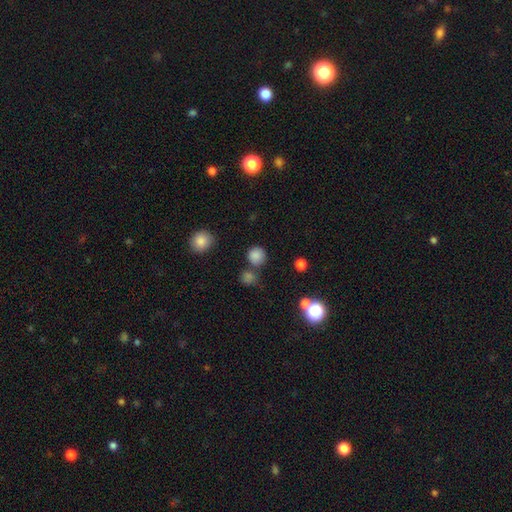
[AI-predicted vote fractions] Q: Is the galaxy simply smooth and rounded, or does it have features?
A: smooth — 81%.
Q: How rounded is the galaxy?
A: round — 90%.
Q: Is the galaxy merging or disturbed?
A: none — 71%.